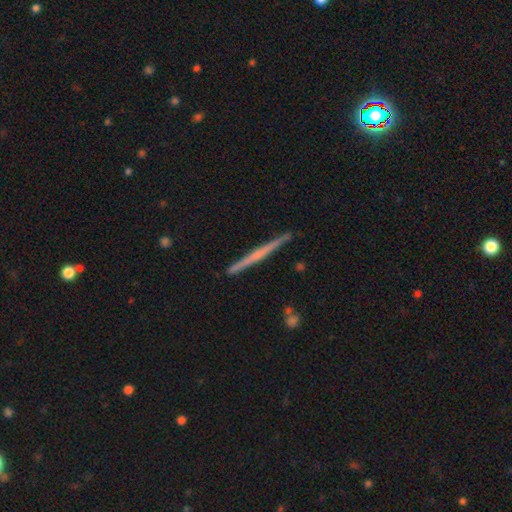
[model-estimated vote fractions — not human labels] This appears to be a featured or disk galaxy (61%) viewed edge-on (98%) with no central bulge (71%). Merging: none (91%).